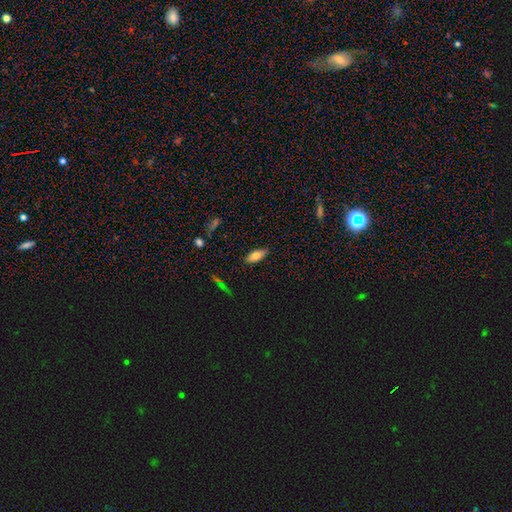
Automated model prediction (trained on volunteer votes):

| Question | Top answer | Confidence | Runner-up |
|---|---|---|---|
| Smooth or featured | smooth | 75% | featured or disk (17%) |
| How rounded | in between | 82% | cigar-shaped (16%) |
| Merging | none | 86% | minor disturbance (10%) |